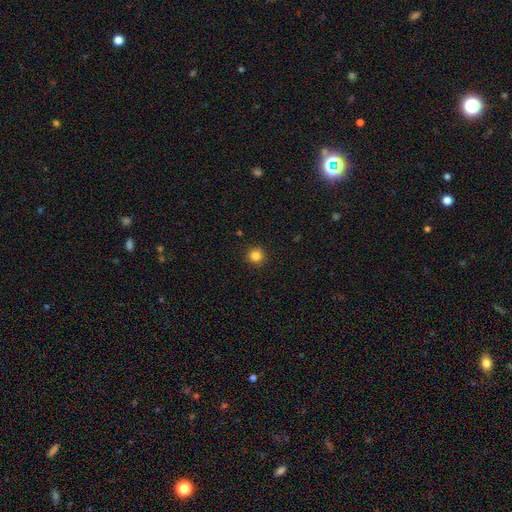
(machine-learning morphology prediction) Q: Smooth or featured?
A: smooth (83%); runner-up: star or artifact (12%)
Q: How rounded?
A: round (95%); runner-up: in between (4%)
Q: Merging?
A: none (92%); runner-up: minor disturbance (5%)